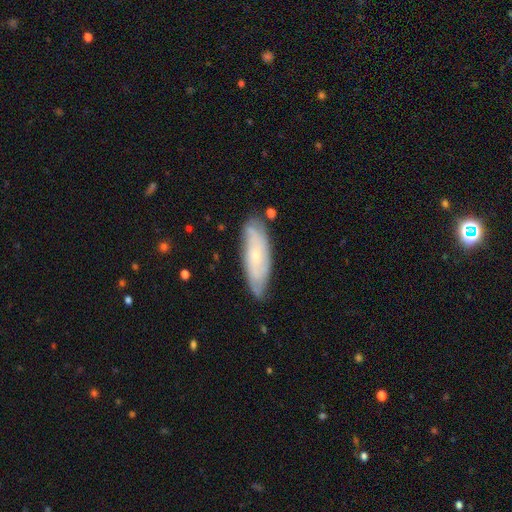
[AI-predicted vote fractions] smooth_or_featured: featured or disk (p=0.54) [alt: smooth p=0.39]
disk_edge_on: no (p=0.76) [alt: yes p=0.24]
merging: none (p=0.76) [alt: minor disturbance p=0.18]